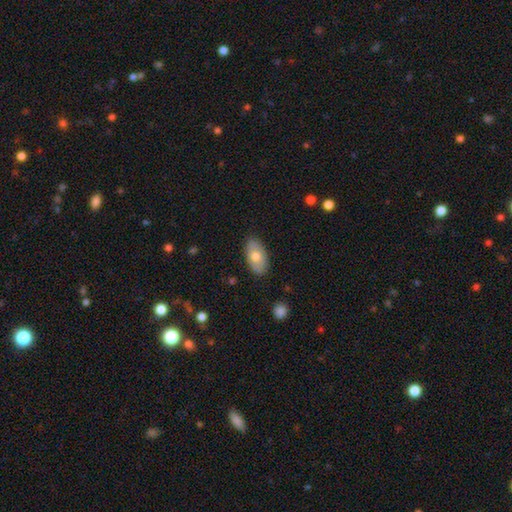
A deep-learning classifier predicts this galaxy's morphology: This is likely a smooth galaxy (70%). How rounded: clearly in between (93%). Merging: clearly none (87%).